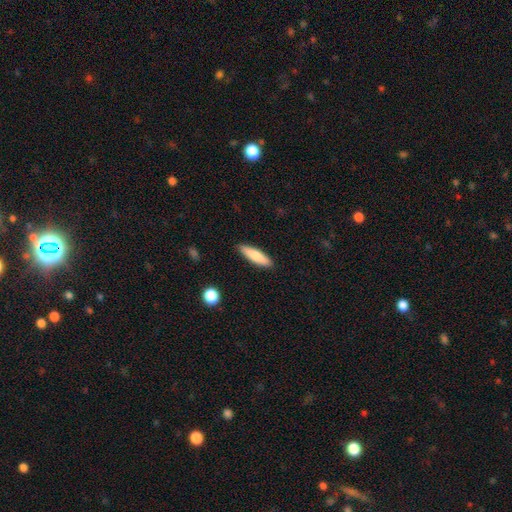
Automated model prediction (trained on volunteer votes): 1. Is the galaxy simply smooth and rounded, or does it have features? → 78% smooth, 16% featured or disk, 6% star or artifact.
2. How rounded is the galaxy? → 68% cigar-shaped, 30% in between, 2% round.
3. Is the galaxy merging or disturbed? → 89% none, 8% minor disturbance, 2% major disturbance, 1% merger.